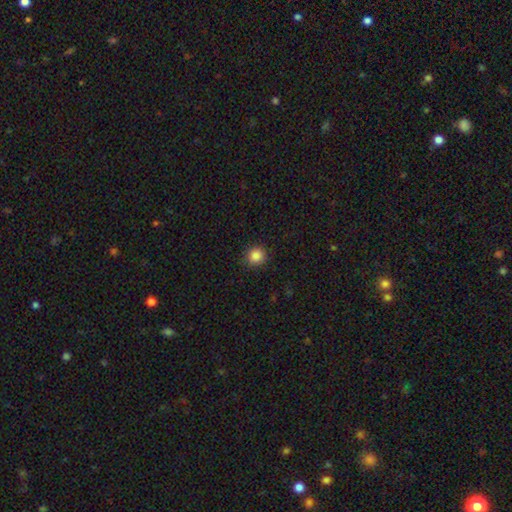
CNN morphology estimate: The model was most divided on "smooth or featured": smooth: 86%, star or artifact: 10%, featured or disk: 3%. More confident: how rounded — round (91%); merging — none (90%).